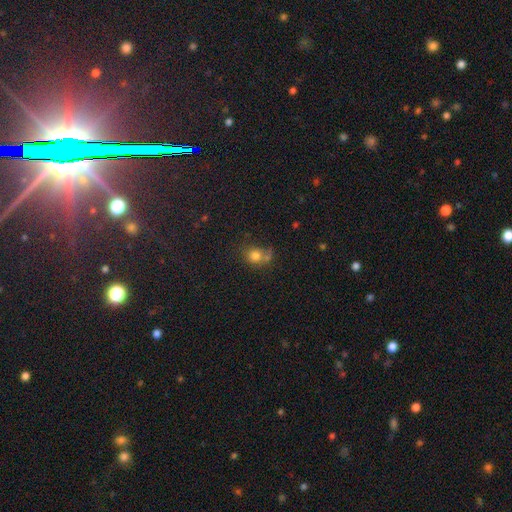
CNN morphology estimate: Smooth or featured?
  - smooth: 77% *
  - star or artifact: 13%
  - featured or disk: 10%
How rounded?
  - round: 74% *
  - in between: 25%
  - cigar-shaped: 1%
Merging?
  - none: 48% *
  - merger: 25%
  - minor disturbance: 17%
  - major disturbance: 10%